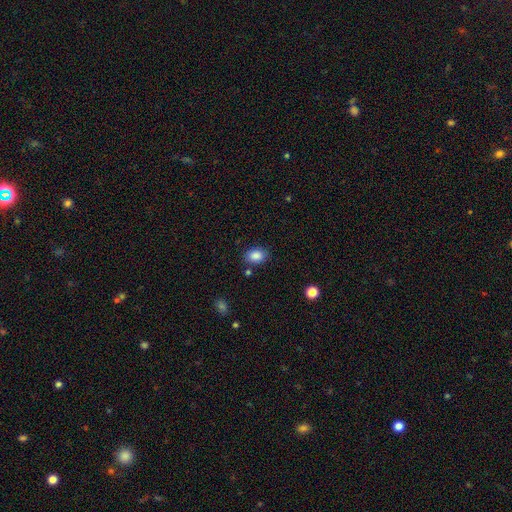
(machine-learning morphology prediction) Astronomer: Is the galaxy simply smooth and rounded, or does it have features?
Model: smooth — 87%.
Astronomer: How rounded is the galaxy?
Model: in between — 71%.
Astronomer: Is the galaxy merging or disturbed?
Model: none — 82%.